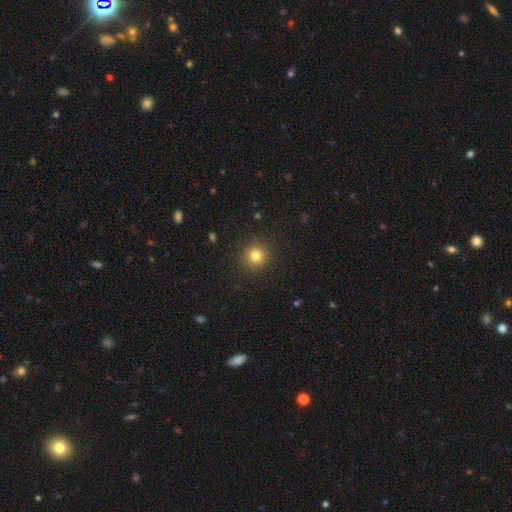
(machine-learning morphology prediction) Smooth or featured? smooth (80%)
How rounded? round (94%)
Merging? none (91%)